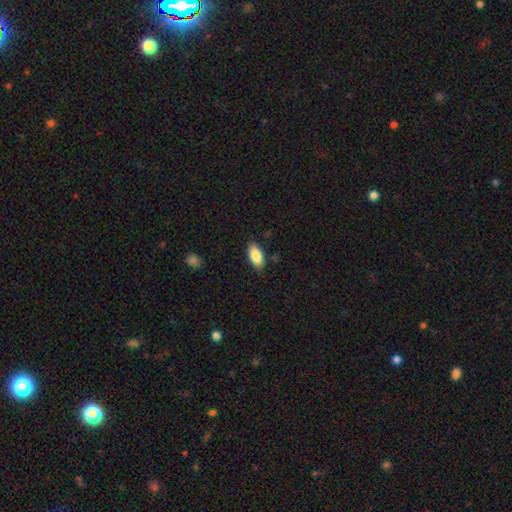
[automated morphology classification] This appears to be a smooth galaxy with no disk features (85%) that is in between round and cigar-shaped (91%). Merging: none (84%).